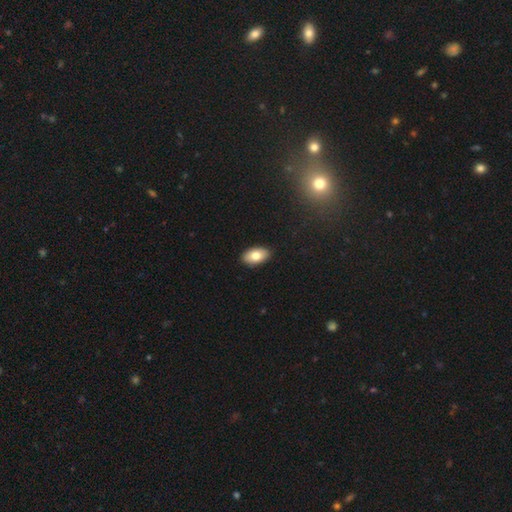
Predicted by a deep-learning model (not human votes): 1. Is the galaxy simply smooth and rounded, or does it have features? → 80% smooth, 13% featured or disk, 7% star or artifact.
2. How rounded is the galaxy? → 94% in between, 4% round, 2% cigar-shaped.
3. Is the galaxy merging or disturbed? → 90% none, 8% minor disturbance, 2% major disturbance, 1% merger.